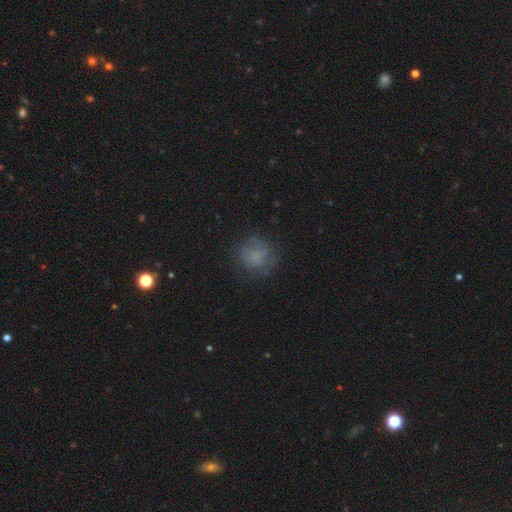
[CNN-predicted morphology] Smooth or featured: smooth — 66% (featured or disk — 19%)
How rounded: round — 85% (in between — 14%)
Merging: none — 71% (minor disturbance — 17%)